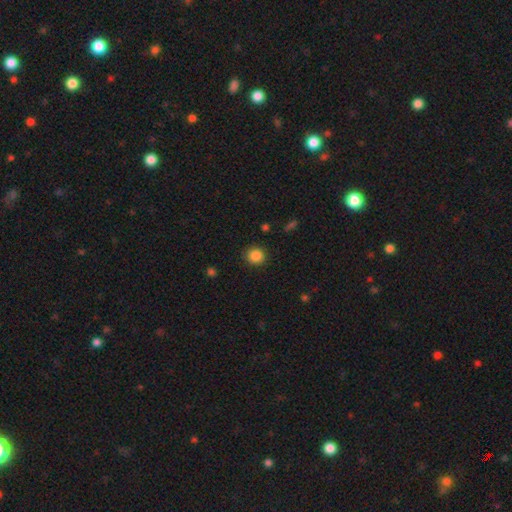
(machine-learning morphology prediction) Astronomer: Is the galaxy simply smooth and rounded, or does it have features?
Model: smooth — 86%.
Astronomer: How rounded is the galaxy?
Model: round — 90%.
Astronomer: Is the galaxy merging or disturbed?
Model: none — 90%.